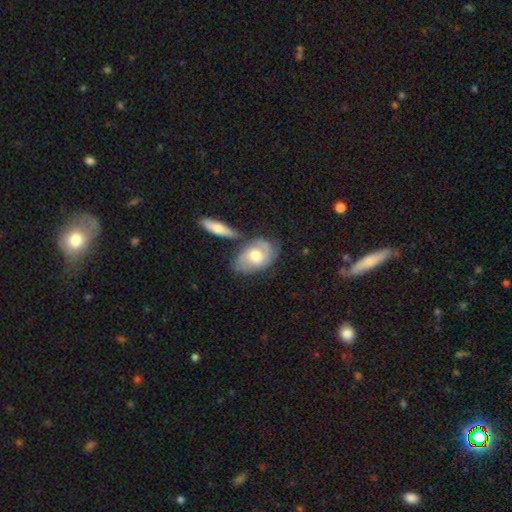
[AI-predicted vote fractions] Smooth or featured? Predicted: featured or disk (p=0.60). Edge-on disk? Predicted: no (p=0.91). Bar? Predicted: no (p=0.61). Spiral arms? Predicted: yes (p=0.85). Bulge size? Predicted: moderate (p=0.69). Merging? Predicted: none (p=0.57).